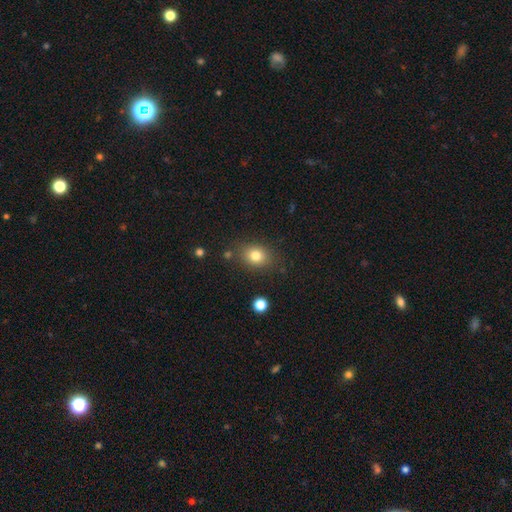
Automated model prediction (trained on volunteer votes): This is likely a smooth galaxy (80%). How rounded: possibly round (52%). Merging: clearly none (81%).